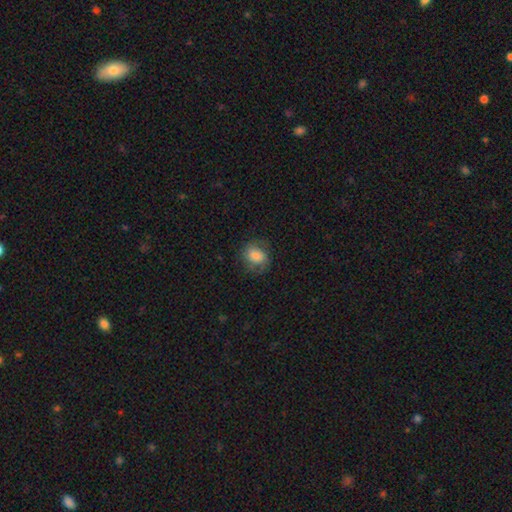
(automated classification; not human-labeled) smooth-or-featured: smooth: 72% | featured or disk: 19% | star or artifact: 8%
  how-rounded: round: 50% | in between: 49% | cigar-shaped: 1%
  merging: none: 69% | minor disturbance: 20% | major disturbance: 10% | merger: 1%